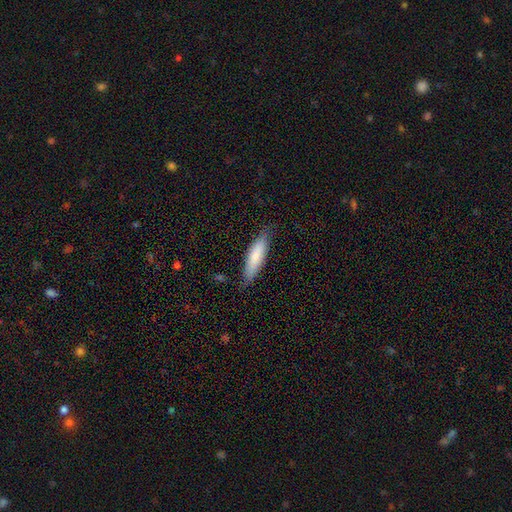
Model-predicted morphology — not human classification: Smooth or featured? smooth (80%)
How rounded? cigar-shaped (65%)
Merging? none (79%)